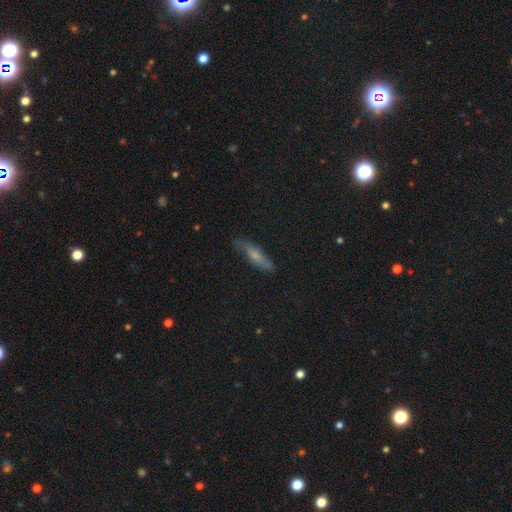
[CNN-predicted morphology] This appears to be a smooth galaxy with no disk features (50%). Merging: none (76%).